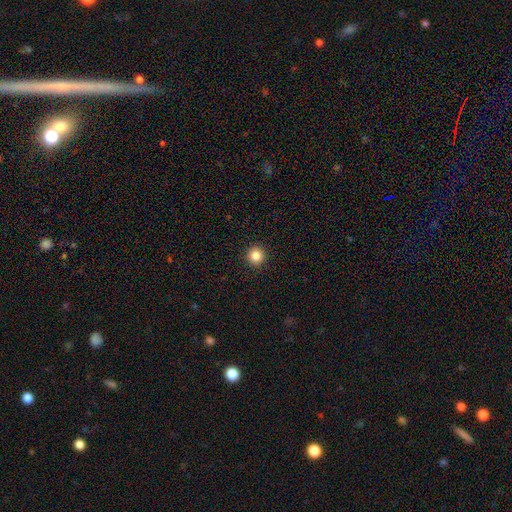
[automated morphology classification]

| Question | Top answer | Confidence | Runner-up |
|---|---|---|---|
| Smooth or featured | smooth | 84% | star or artifact (11%) |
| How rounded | round | 95% | in between (5%) |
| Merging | none | 93% | minor disturbance (4%) |